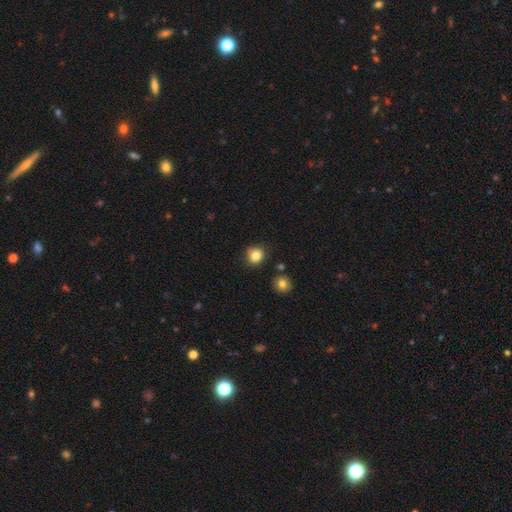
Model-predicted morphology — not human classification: smooth 83%, star or artifact 11%, featured or disk 6%. Down the decision tree: how rounded — round (87%); merging — none (82%).